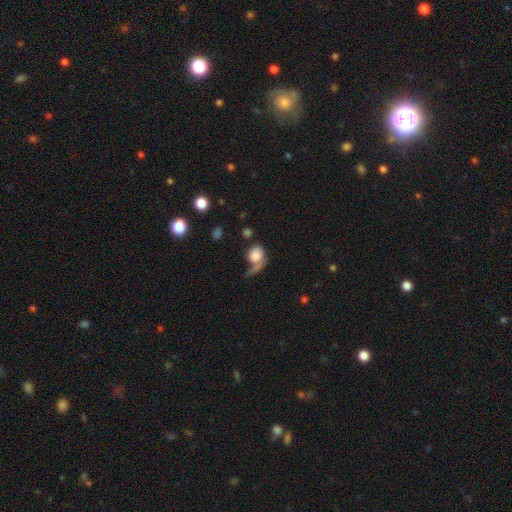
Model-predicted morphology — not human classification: smooth-or-featured: smooth: 71% | featured or disk: 19% | star or artifact: 9%
  how-rounded: round: 63% | in between: 34% | cigar-shaped: 2%
  merging: none: 33% | major disturbance: 29% | merger: 22% | minor disturbance: 15%